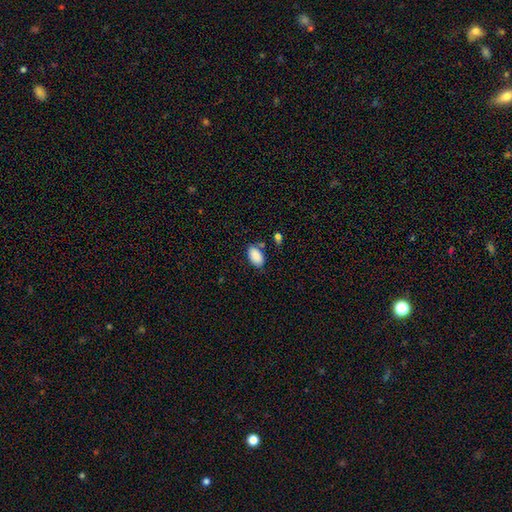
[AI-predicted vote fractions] smooth-or-featured: smooth: 89% | star or artifact: 7% | featured or disk: 4%
  how-rounded: in between: 93% | round: 5% | cigar-shaped: 1%
  merging: none: 74% | minor disturbance: 16% | merger: 6% | major disturbance: 4%